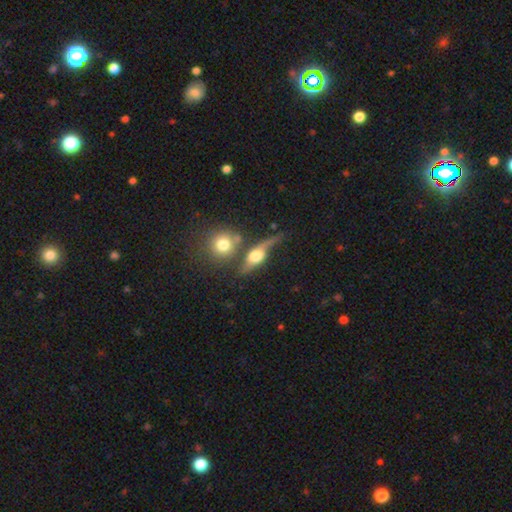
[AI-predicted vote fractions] A featured or disk galaxy (63%) viewed edge-on (52%). Merging: none (43%).